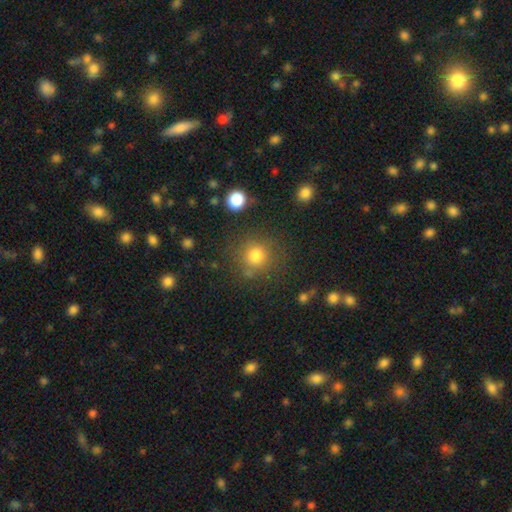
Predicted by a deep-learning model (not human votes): Overall: smooth (79%). How rounded: round (91%). Merging: none (80%).